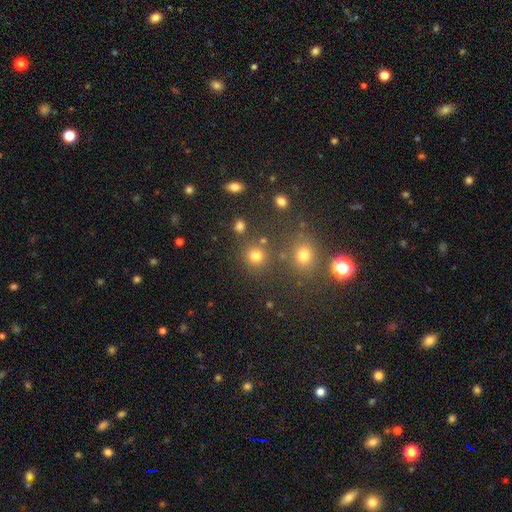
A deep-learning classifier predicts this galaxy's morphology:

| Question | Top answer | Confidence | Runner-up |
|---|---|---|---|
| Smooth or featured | smooth | 78% | star or artifact (17%) |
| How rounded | round | 90% | in between (9%) |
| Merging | none | 80% | merger (9%) |